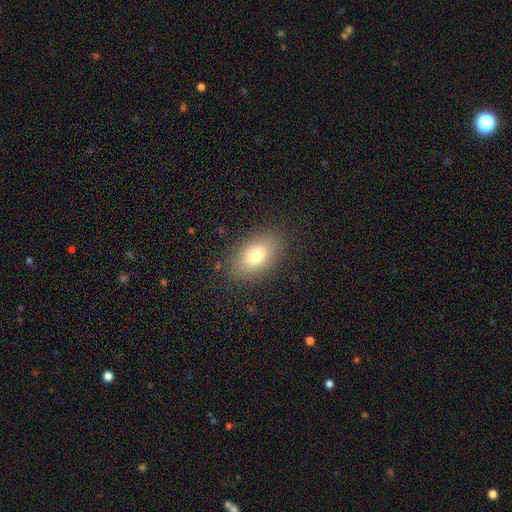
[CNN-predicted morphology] The model was most divided on "smooth or featured": smooth: 77%, featured or disk: 14%, star or artifact: 10%. More confident: how rounded — in between (88%); merging — none (86%).